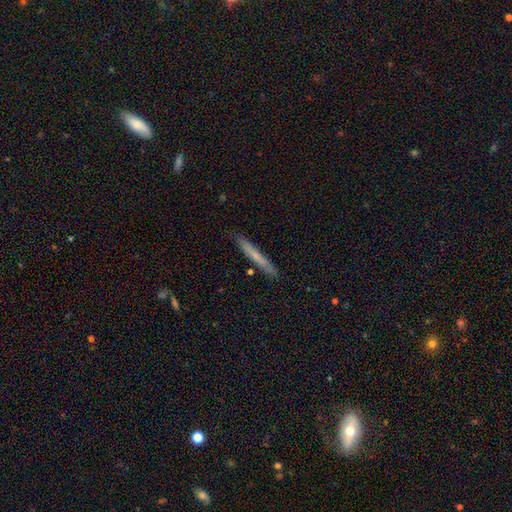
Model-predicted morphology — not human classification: smooth_or_featured: smooth (p=0.57) [alt: featured or disk p=0.36]
how_rounded: cigar-shaped (p=0.96) [alt: in between p=0.02]
merging: none (p=0.88) [alt: minor disturbance p=0.09]